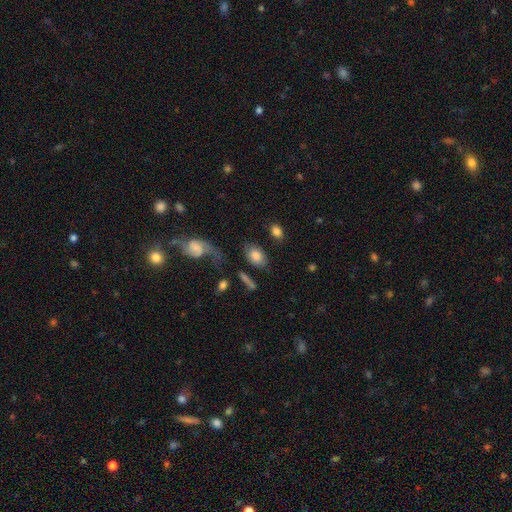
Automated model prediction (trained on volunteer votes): smooth-or-featured: smooth: 73% | featured or disk: 19% | star or artifact: 8%
  how-rounded: in between: 84% | round: 14% | cigar-shaped: 2%
  merging: none: 63% | minor disturbance: 17% | major disturbance: 12% | merger: 8%